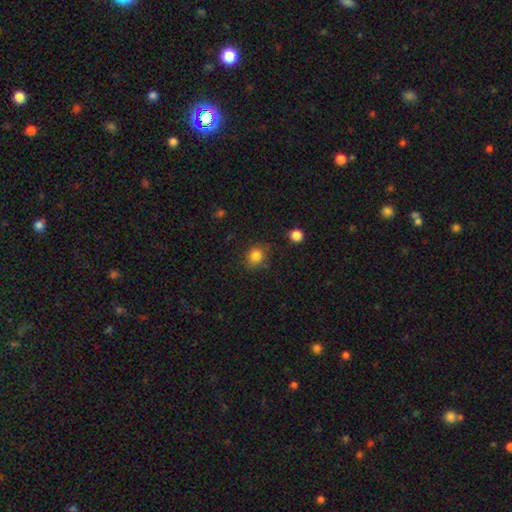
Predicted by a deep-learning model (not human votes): Smooth or featured? smooth (84%)
How rounded? round (80%)
Merging? none (80%)